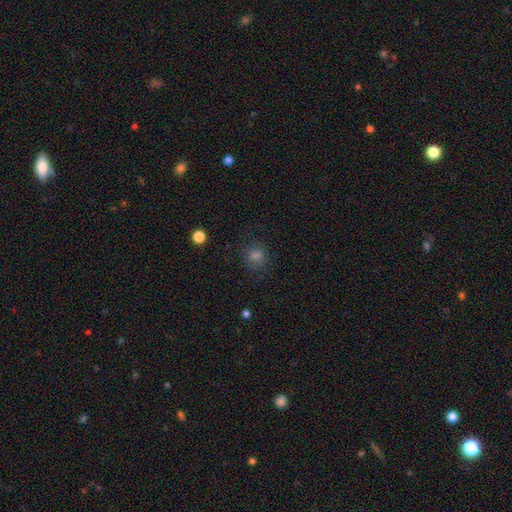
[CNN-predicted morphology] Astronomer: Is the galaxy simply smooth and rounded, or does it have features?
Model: smooth — 71%.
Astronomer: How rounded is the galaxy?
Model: round — 79%.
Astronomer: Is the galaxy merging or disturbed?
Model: none — 81%.